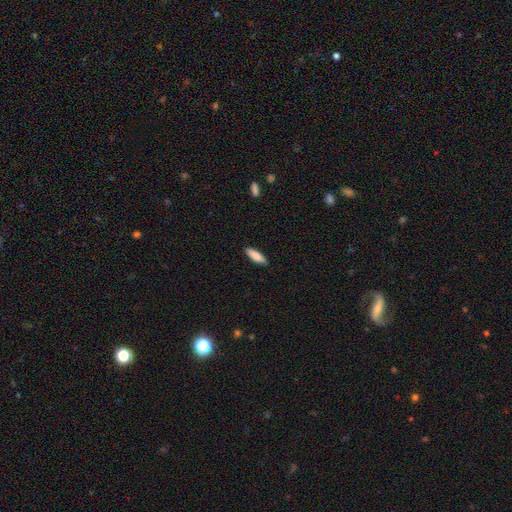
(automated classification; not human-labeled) Morphology: type=smooth (84%); roundness=in between (51%); merging=none (88%).